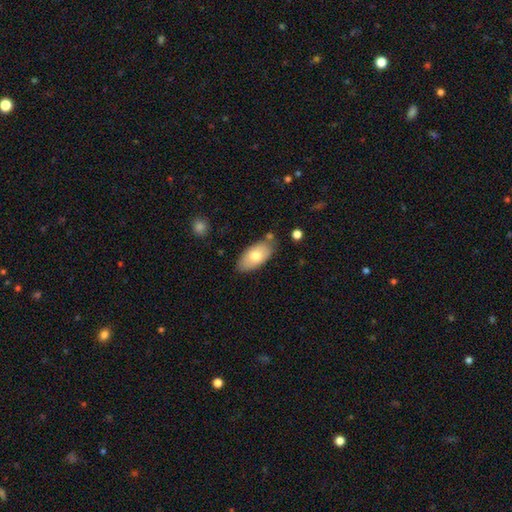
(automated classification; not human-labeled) Morphology: type=smooth (75%); roundness=in between (93%); merging=none (74%).